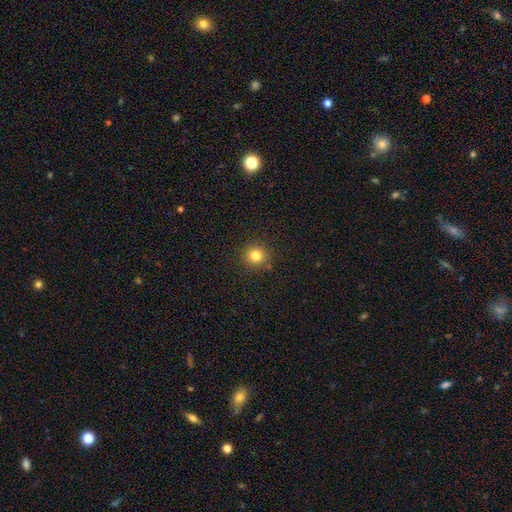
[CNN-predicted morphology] type=smooth (81%); roundness=round (92%); merging=none (89%).